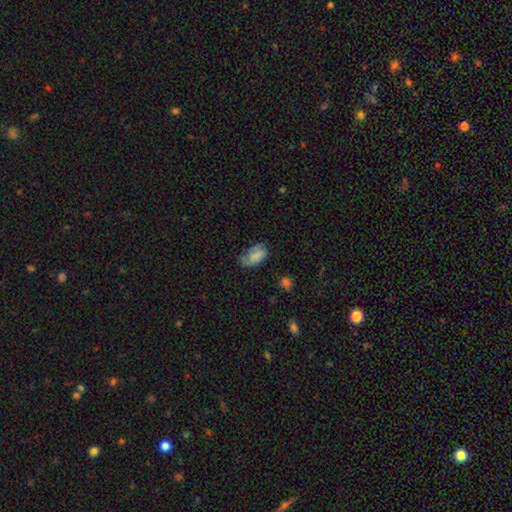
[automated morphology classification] This appears to be a smooth galaxy with no disk features (75%) that is in between round and cigar-shaped (92%). Merging: none (52%).